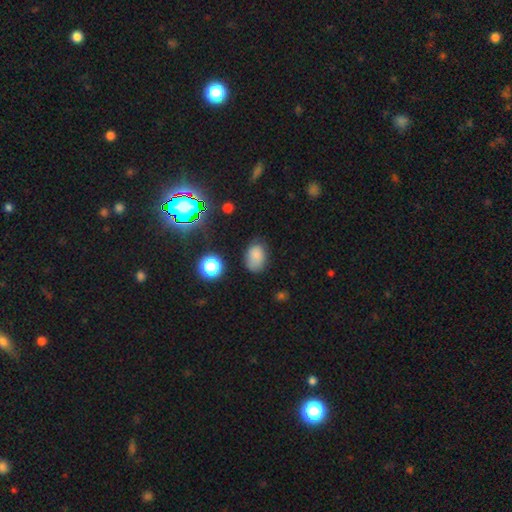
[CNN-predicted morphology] smooth_or_featured: smooth (p=0.79) [alt: star or artifact p=0.13]
how_rounded: in between (p=0.80) [alt: round p=0.19]
merging: none (p=0.68) [alt: minor disturbance p=0.23]